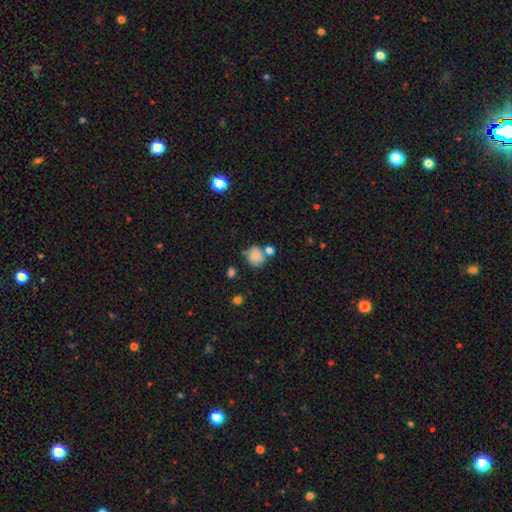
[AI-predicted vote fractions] smooth 82%, star or artifact 9%, featured or disk 9%. Down the decision tree: how rounded — round (83%); merging — none (59%).